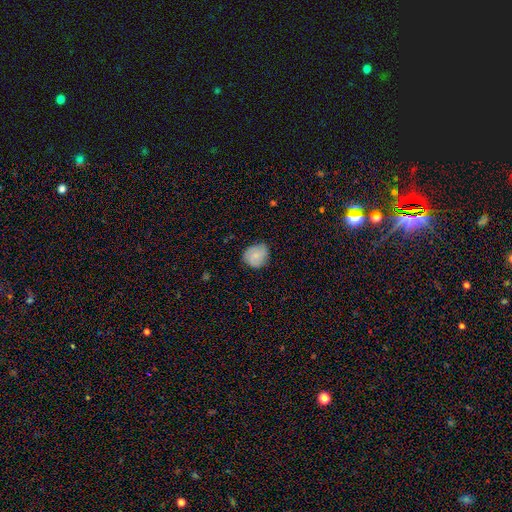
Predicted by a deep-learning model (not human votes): This appears to be a smooth galaxy with no disk features (74%) that is round (74%). Merging: none (72%).